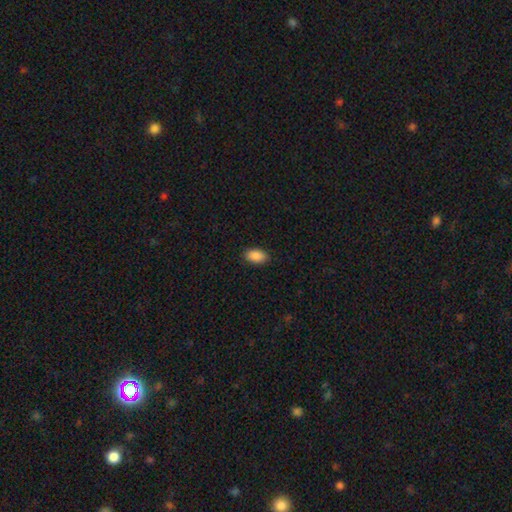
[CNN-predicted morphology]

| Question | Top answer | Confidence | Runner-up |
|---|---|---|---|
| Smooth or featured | smooth | 89% | star or artifact (7%) |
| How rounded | in between | 93% | round (5%) |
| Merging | none | 89% | minor disturbance (8%) |